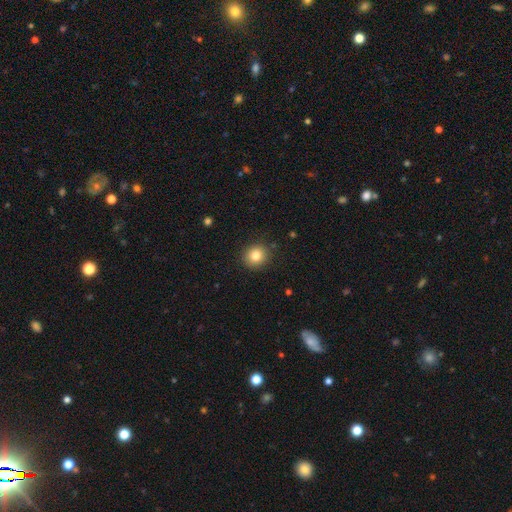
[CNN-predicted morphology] This appears to be a smooth galaxy with no disk features (83%) that is round (86%). Merging: none (89%).